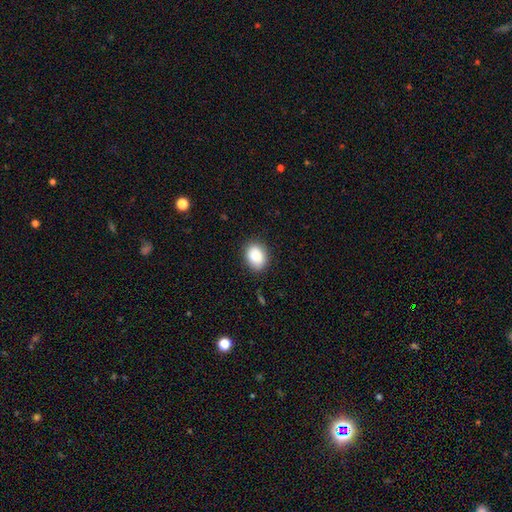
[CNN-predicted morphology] Smooth or featured? smooth (89%)
How rounded? in between (71%)
Merging? none (84%)